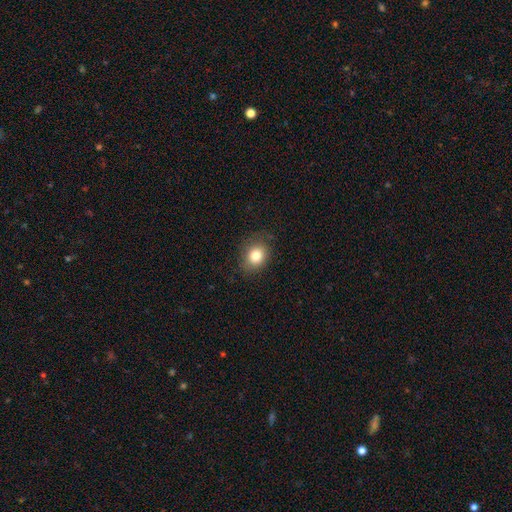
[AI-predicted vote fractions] Smooth or featured: smooth — 80% (star or artifact — 10%)
How rounded: round — 53% (in between — 46%)
Merging: none — 79% (minor disturbance — 15%)